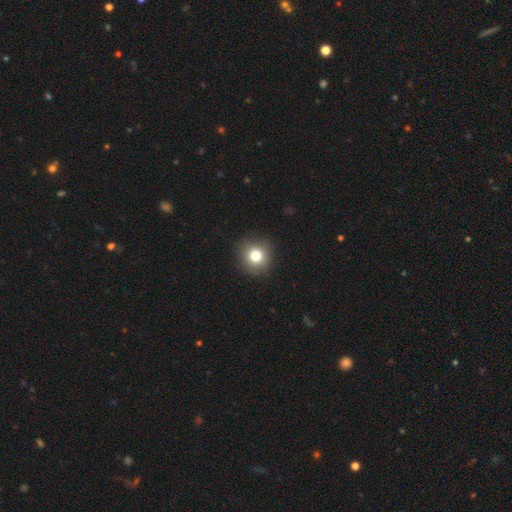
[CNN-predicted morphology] Smooth or featured? Predicted: smooth (p=0.79). How rounded? Predicted: round (p=0.91). Merging? Predicted: none (p=0.90).